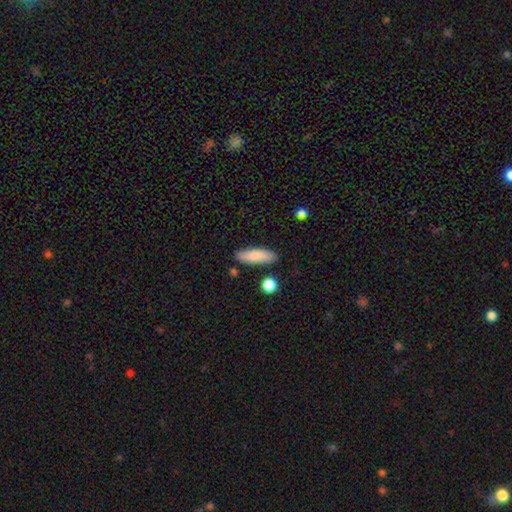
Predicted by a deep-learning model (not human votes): smooth_or_featured: smooth (p=0.83) [alt: featured or disk p=0.11]
how_rounded: in between (p=0.54) [alt: cigar-shaped p=0.44]
merging: none (p=0.85) [alt: minor disturbance p=0.10]